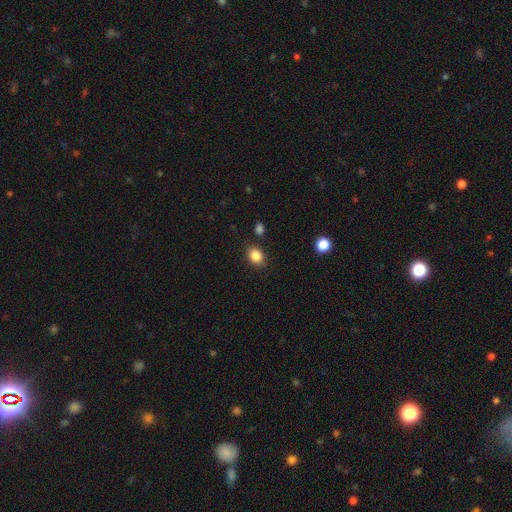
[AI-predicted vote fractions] Q: Smooth or featured?
A: smooth (85%); runner-up: star or artifact (10%)
Q: How rounded?
A: in between (57%); runner-up: round (42%)
Q: Merging?
A: none (85%); runner-up: minor disturbance (9%)